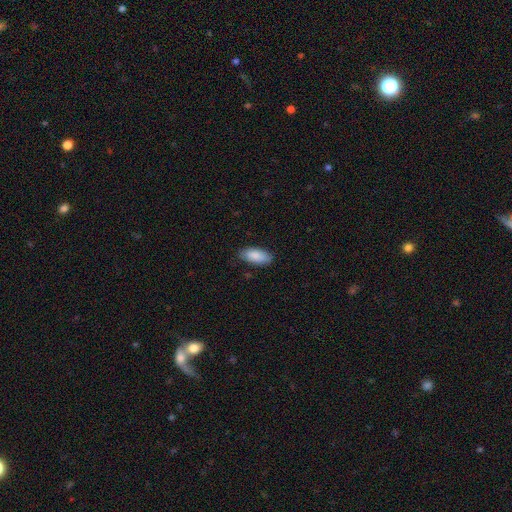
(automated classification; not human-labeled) Q: Smooth or featured?
A: smooth (88%); runner-up: featured or disk (6%)
Q: How rounded?
A: in between (90%); runner-up: cigar-shaped (8%)
Q: Merging?
A: none (79%); runner-up: minor disturbance (17%)